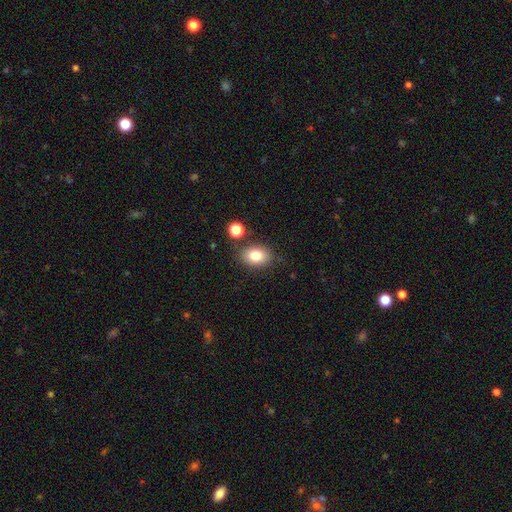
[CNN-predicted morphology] Q: Smooth or featured?
A: smooth (82%); runner-up: star or artifact (10%)
Q: How rounded?
A: in between (72%); runner-up: round (27%)
Q: Merging?
A: none (78%); runner-up: minor disturbance (12%)